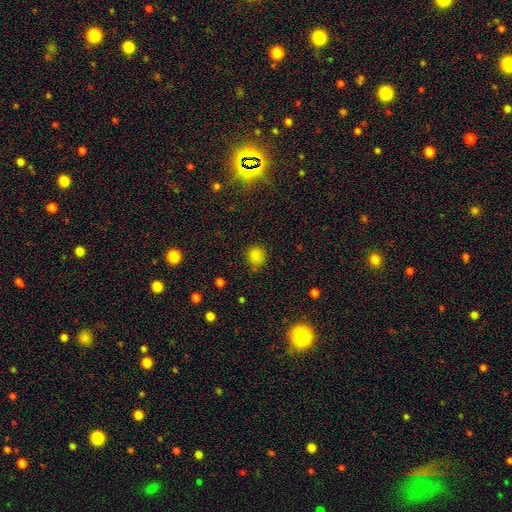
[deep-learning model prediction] Smooth or featured?
  - smooth: 81% *
  - star or artifact: 15%
  - featured or disk: 4%
How rounded?
  - round: 82% *
  - in between: 16%
  - cigar-shaped: 1%
Merging?
  - none: 77% *
  - minor disturbance: 16%
  - major disturbance: 4%
  - merger: 3%